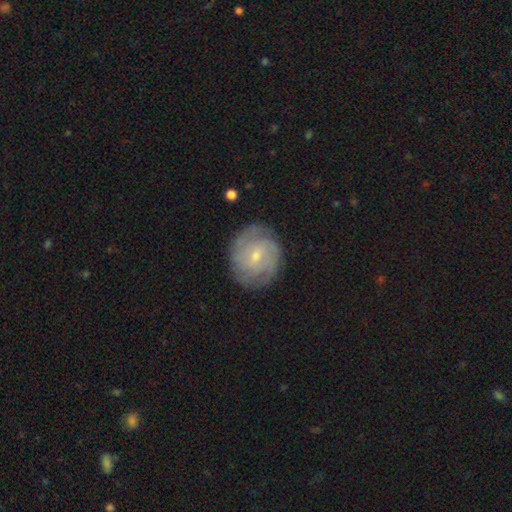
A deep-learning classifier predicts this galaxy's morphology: A featured or disk galaxy (68%) with a weak bar (50%), tight (59%) spiral arms (87%) and a small central bulge (69%).

Vote fractions:
- Smooth or featured? featured or disk: 68% / smooth: 25% / star or artifact: 7%
- Edge-on disk? no: 97% / yes: 3%
- Bar? weak: 50% / no: 41% / strong: 10%
- Spiral arms? yes: 87% / no: 13%
- Spiral winding? tight: 59% / medium: 31% / loose: 10%
- Spiral arm count? can't tell: 39% / 2: 31% / 3: 14% / 4: 7% / 1: 5% / more than 4: 4%
- Bulge size? small: 69% / moderate: 27% / none: 2% / large: 1% / dominant: 1%
- Merging? none: 79% / minor disturbance: 15% / major disturbance: 5% / merger: 1%